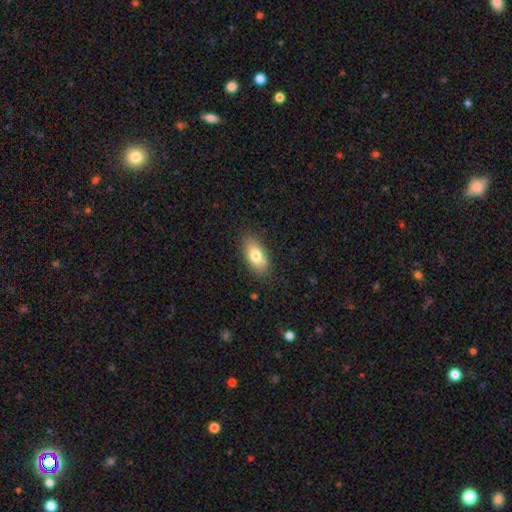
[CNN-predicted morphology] Smooth or featured?
  - smooth: 77% *
  - featured or disk: 16%
  - star or artifact: 8%
How rounded?
  - in between: 88% *
  - cigar-shaped: 6%
  - round: 5%
Merging?
  - none: 81% *
  - minor disturbance: 14%
  - major disturbance: 3%
  - merger: 2%